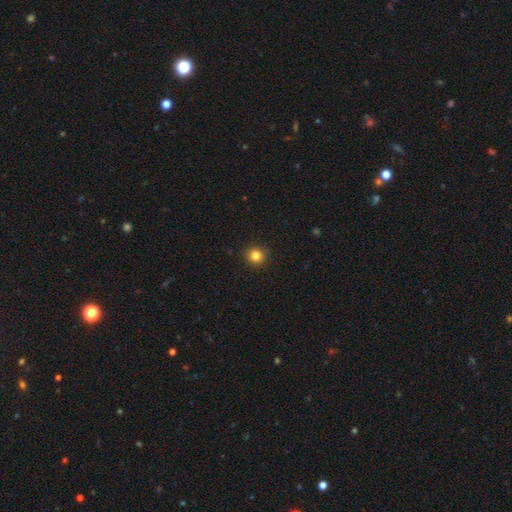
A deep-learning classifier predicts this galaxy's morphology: Smooth or featured: smooth — 83% (star or artifact — 12%)
How rounded: round — 94% (in between — 5%)
Merging: none — 92% (minor disturbance — 5%)